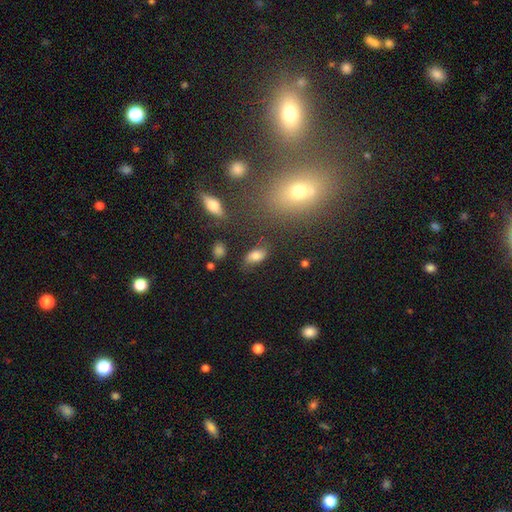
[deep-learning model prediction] Smooth or featured?
  - smooth: 75% *
  - featured or disk: 14%
  - star or artifact: 11%
How rounded?
  - in between: 89% *
  - round: 7%
  - cigar-shaped: 4%
Merging?
  - none: 68% *
  - minor disturbance: 21%
  - major disturbance: 7%
  - merger: 4%